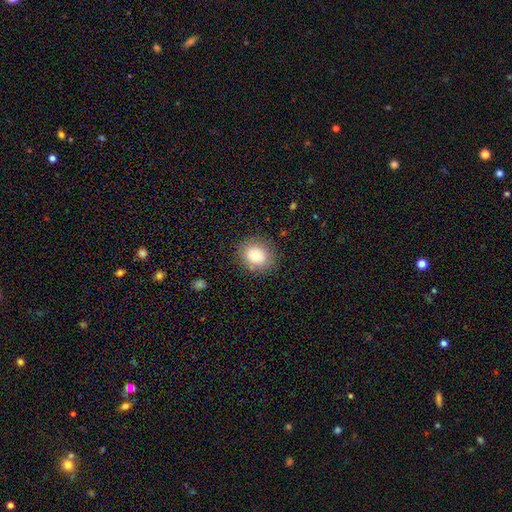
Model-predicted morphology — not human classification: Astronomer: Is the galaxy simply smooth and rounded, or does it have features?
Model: smooth — 77%.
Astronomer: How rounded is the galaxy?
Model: round — 64%.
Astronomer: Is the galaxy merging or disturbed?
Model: none — 83%.